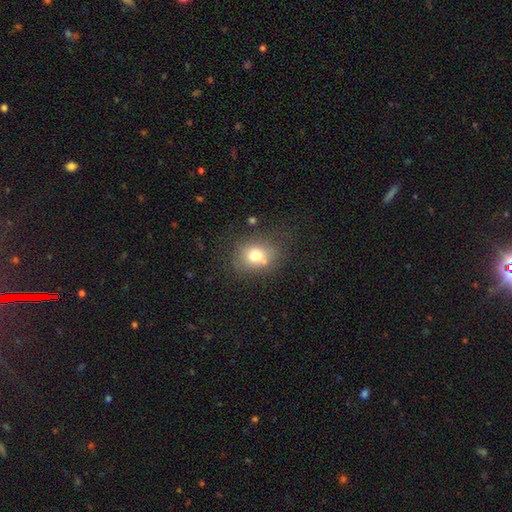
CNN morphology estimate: Smooth or featured? smooth (73%)
How rounded? round (67%)
Merging? none (67%)